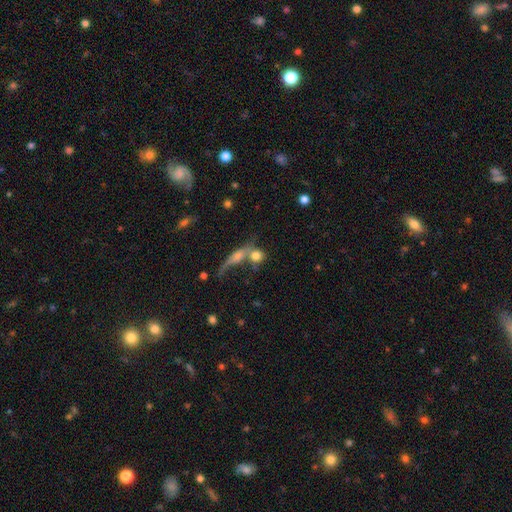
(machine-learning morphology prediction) Q: Smooth or featured?
A: smooth (72%); runner-up: featured or disk (18%)
Q: How rounded?
A: round (71%); runner-up: in between (22%)
Q: Merging?
A: merger (44%); runner-up: none (37%)